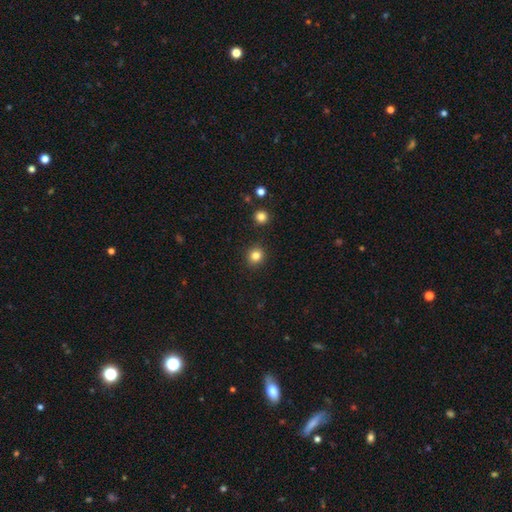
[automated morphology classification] The model was most divided on "smooth or featured": smooth: 83%, star or artifact: 12%, featured or disk: 5%. More confident: merging — none (91%); how rounded — round (88%).